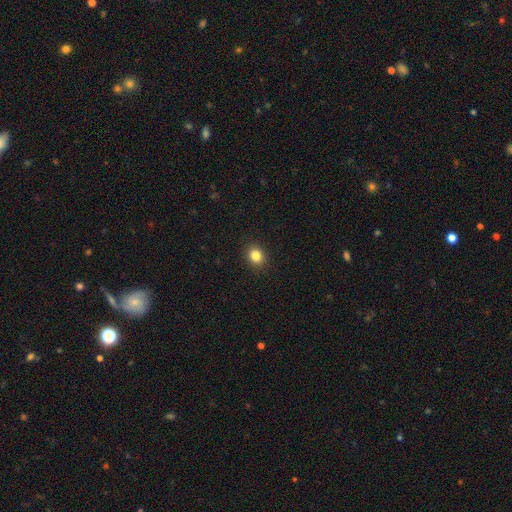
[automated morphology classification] smooth_or_featured: smooth (p=0.84) [alt: star or artifact p=0.11]
how_rounded: round (p=0.68) [alt: in between p=0.31]
merging: none (p=0.91) [alt: minor disturbance p=0.06]